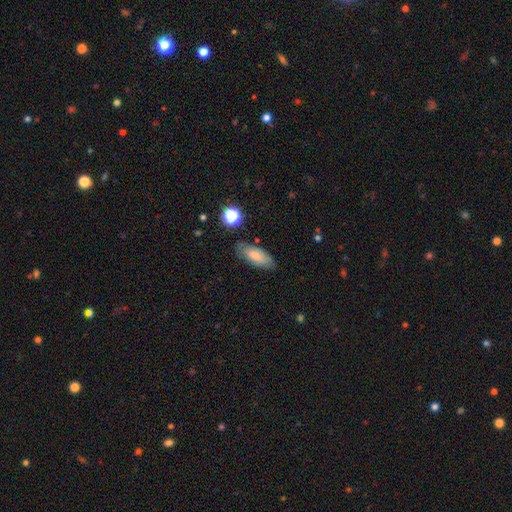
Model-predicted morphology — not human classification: Smooth or featured: smooth — 72% (featured or disk — 20%)
How rounded: in between — 80% (cigar-shaped — 17%)
Merging: none — 78% (minor disturbance — 16%)